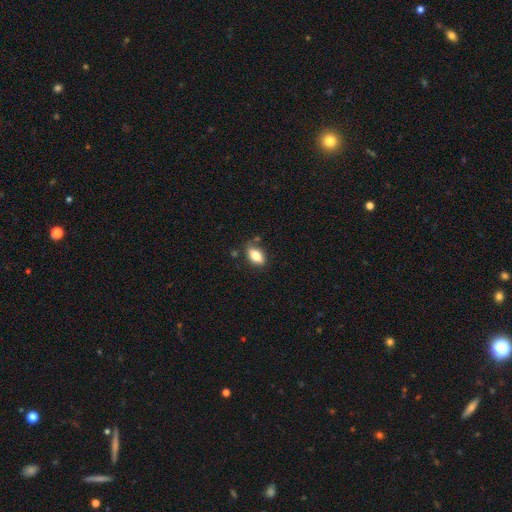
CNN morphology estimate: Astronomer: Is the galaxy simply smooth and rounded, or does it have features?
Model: smooth — 79%.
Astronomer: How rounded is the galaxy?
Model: in between — 89%.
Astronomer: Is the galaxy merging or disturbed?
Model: none — 73%.